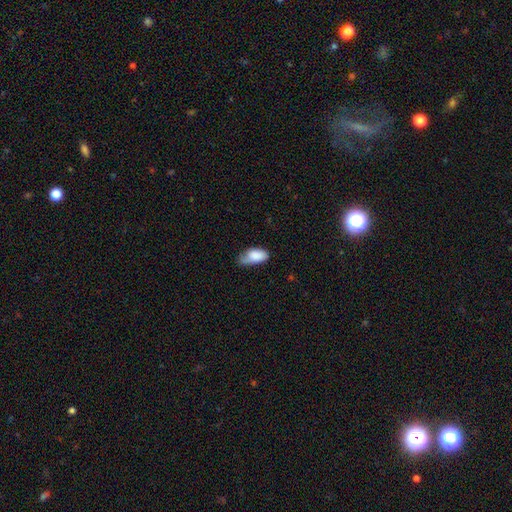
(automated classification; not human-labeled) This appears to be a smooth galaxy with no disk features (83%) that is in between round and cigar-shaped (93%). Merging: minor disturbance (44%).